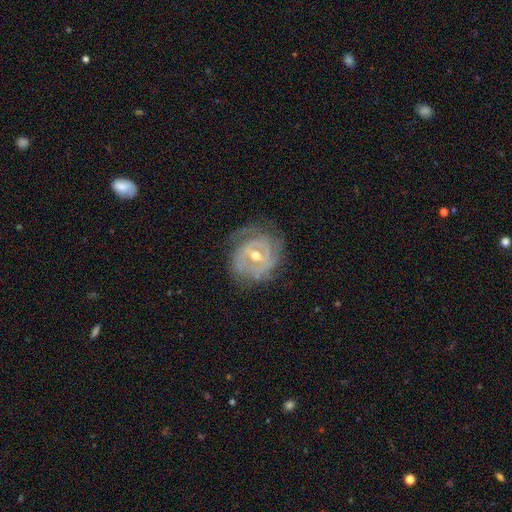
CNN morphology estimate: Smooth or featured? featured or disk (86%)
Edge-on disk? no (97%)
Bar? weak (43%)
Spiral arms? yes (92%)
Spiral winding? tight (70%)
Spiral arm count? can't tell (31%)
Bulge size? moderate (64%)
Merging? none (67%)